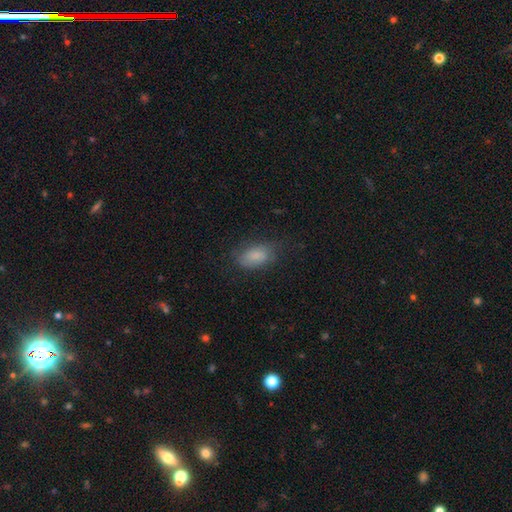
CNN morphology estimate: A smooth galaxy with no disk features (80%) that is in between round and cigar-shaped (91%).

Vote fractions:
- Smooth or featured? smooth: 80% / featured or disk: 12% / star or artifact: 8%
- How rounded? in between: 91% / round: 6% / cigar-shaped: 3%
- Merging? none: 67% / minor disturbance: 22% / major disturbance: 9% / merger: 1%